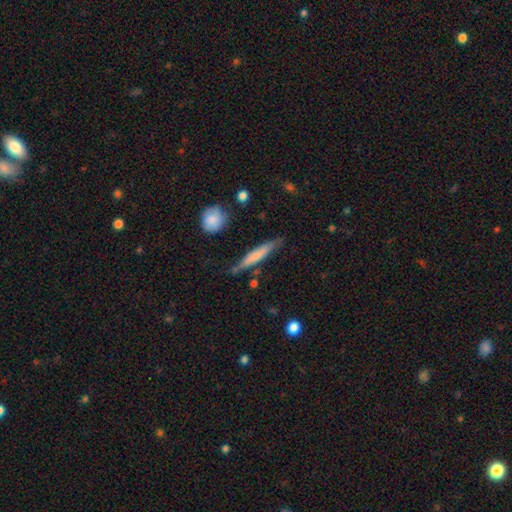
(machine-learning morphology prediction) Smooth or featured? Predicted: smooth (p=0.62). How rounded? Predicted: cigar-shaped (p=0.91). Merging? Predicted: none (p=0.72).